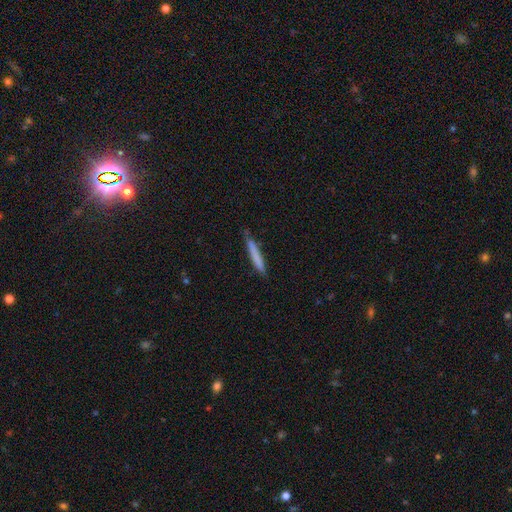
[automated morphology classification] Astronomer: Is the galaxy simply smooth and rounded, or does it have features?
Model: smooth — 72%.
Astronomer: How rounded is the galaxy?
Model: cigar-shaped — 95%.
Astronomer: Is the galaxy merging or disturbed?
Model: none — 81%.